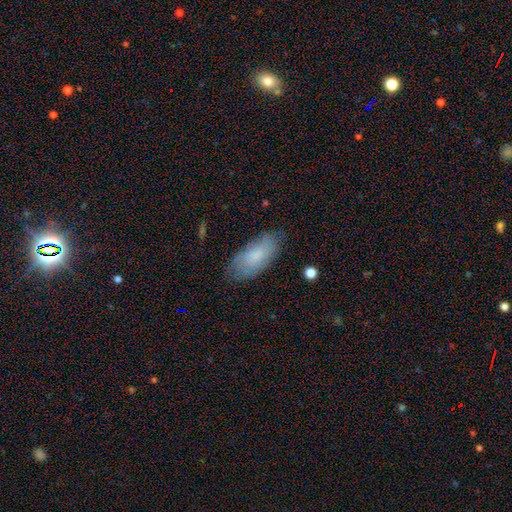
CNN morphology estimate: type=smooth (73%); roundness=in between (89%); merging=none (74%).